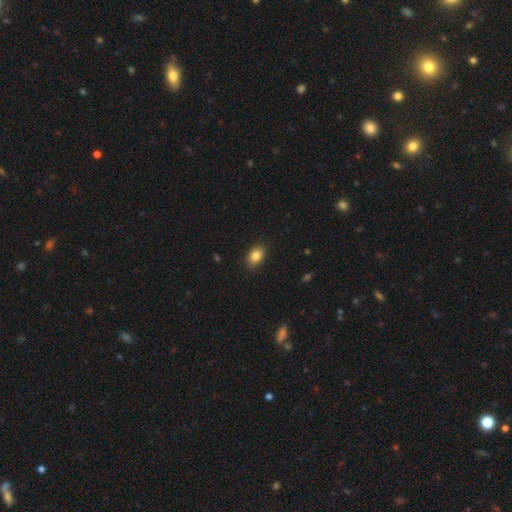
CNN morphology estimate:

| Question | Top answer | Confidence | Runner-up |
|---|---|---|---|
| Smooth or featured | smooth | 86% | star or artifact (9%) |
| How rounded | in between | 76% | round (22%) |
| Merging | none | 85% | minor disturbance (11%) |